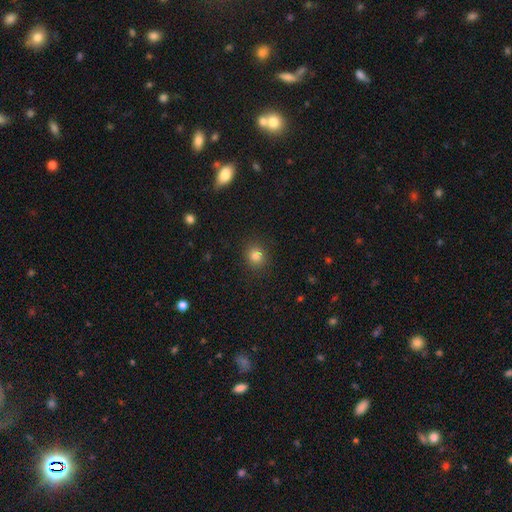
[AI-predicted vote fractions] Smooth or featured? Predicted: smooth (p=0.81). How rounded? Predicted: round (p=0.83). Merging? Predicted: none (p=0.87).